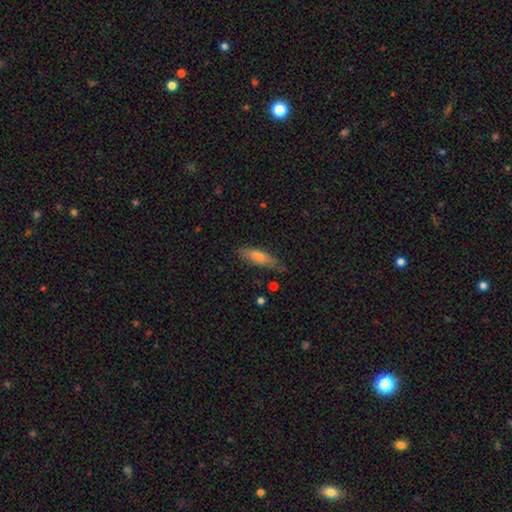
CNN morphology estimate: Smooth or featured? Predicted: smooth (p=0.61). How rounded? Predicted: cigar-shaped (p=0.75). Merging? Predicted: none (p=0.78).